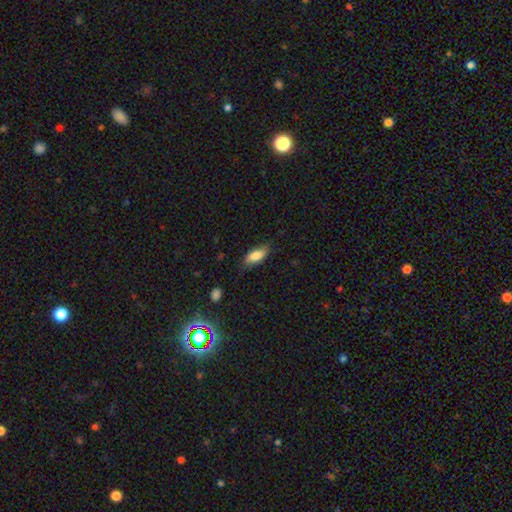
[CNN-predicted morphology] The model was most divided on "merging": none: 71%, minor disturbance: 23%, major disturbance: 5%, merger: 1%. More confident: how rounded — in between (80%); smooth or featured — smooth (78%).